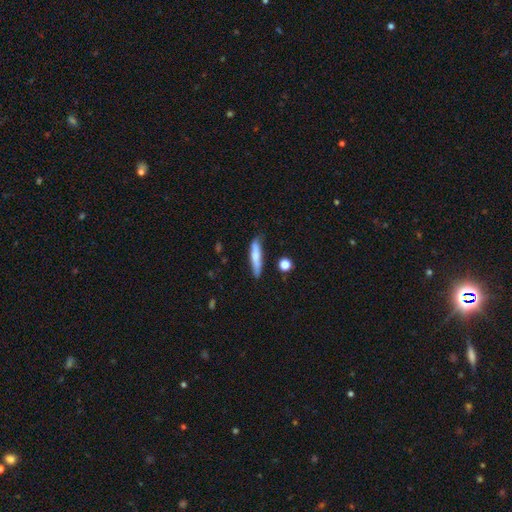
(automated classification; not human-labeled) Smooth or featured? Predicted: smooth (p=0.72). How rounded? Predicted: cigar-shaped (p=0.84). Merging? Predicted: none (p=0.72).